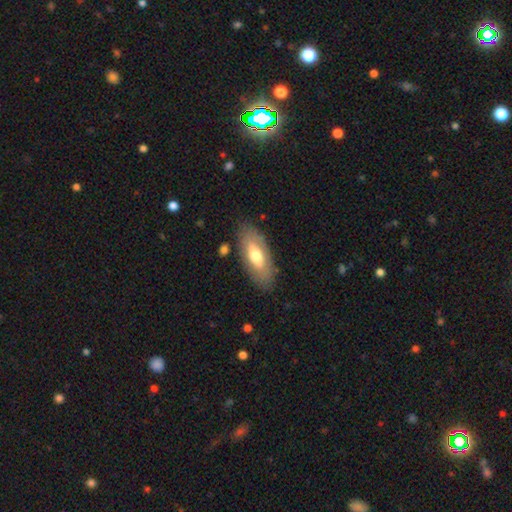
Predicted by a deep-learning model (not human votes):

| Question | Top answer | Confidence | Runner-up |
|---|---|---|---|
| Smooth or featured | smooth | 58% | featured or disk (36%) |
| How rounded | in between | 84% | cigar-shaped (14%) |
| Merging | none | 81% | minor disturbance (13%) |